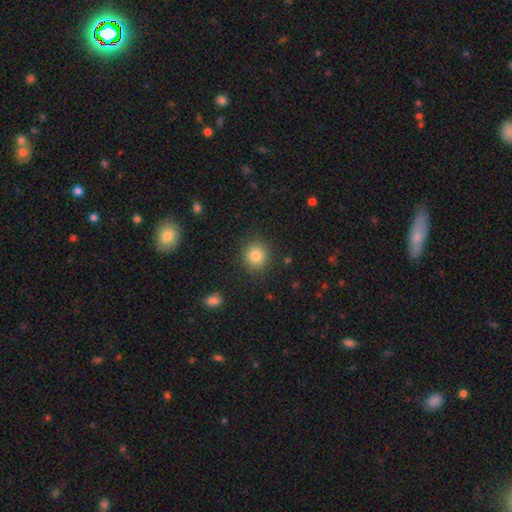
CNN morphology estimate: Smooth or featured? Predicted: smooth (p=0.83). How rounded? Predicted: round (p=0.87). Merging? Predicted: none (p=0.89).